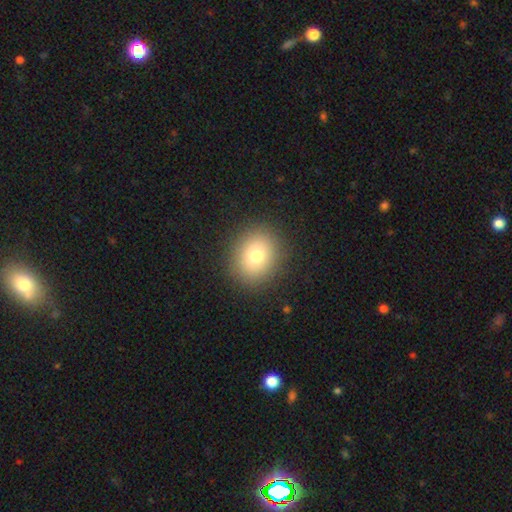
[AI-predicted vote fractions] smooth 75%, star or artifact 13%, featured or disk 12%. Down the decision tree: how rounded — round (71%); merging — none (89%).